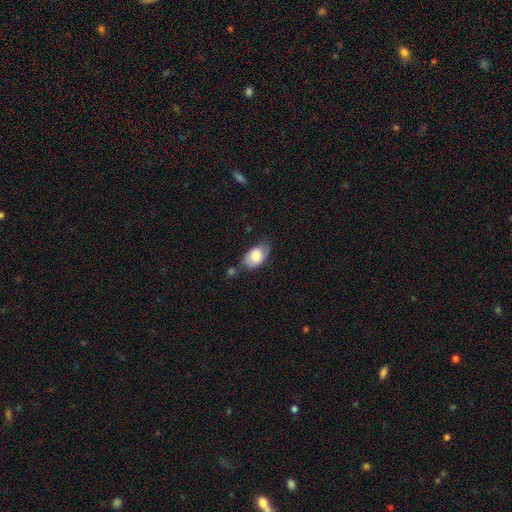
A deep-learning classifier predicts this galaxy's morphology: A smooth galaxy with no disk features (77%) that is in between round and cigar-shaped (91%).

Vote fractions:
- Smooth or featured? smooth: 77% / featured or disk: 16% / star or artifact: 7%
- How rounded? in between: 91% / round: 7% / cigar-shaped: 2%
- Merging? none: 50% / minor disturbance: 31% / merger: 10% / major disturbance: 9%